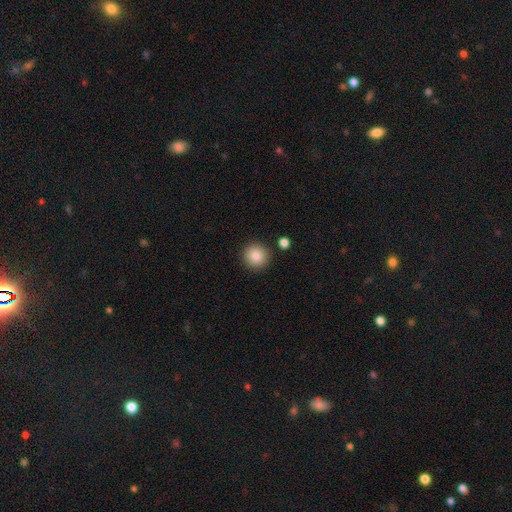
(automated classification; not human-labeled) The model was most divided on "smooth or featured": smooth: 85%, star or artifact: 9%, featured or disk: 6%. More confident: how rounded — round (94%); merging — none (89%).